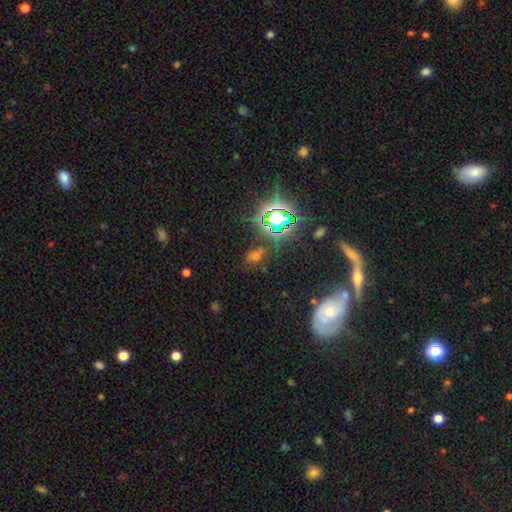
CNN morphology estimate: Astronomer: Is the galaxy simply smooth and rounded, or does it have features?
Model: star or artifact — 48% (runner-up: smooth, 42%).